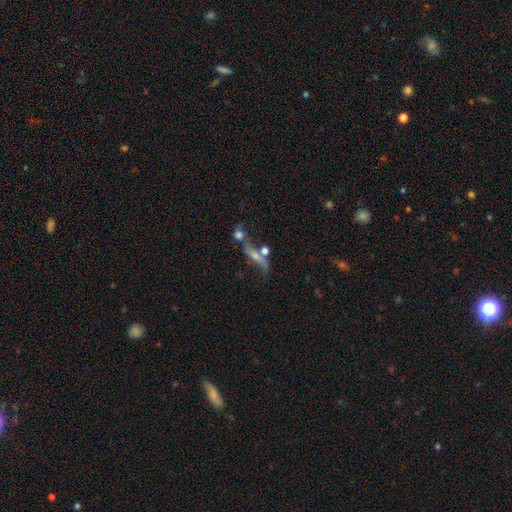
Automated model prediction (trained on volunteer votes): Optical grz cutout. It shows a featured or disk galaxy (56%). Merging: merger (38%).